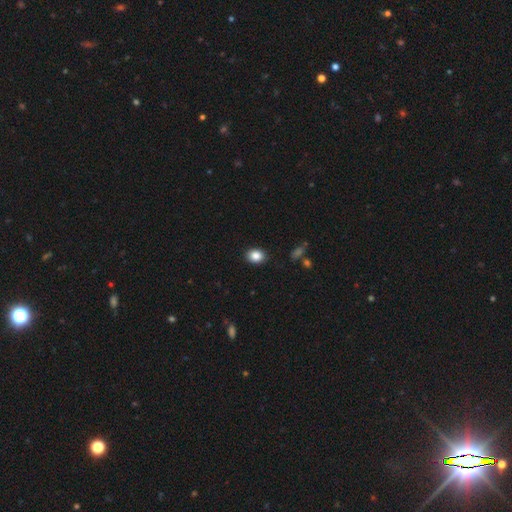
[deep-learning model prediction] This is clearly a smooth galaxy (86%). How rounded: likely in between (61%). Merging: clearly none (89%).